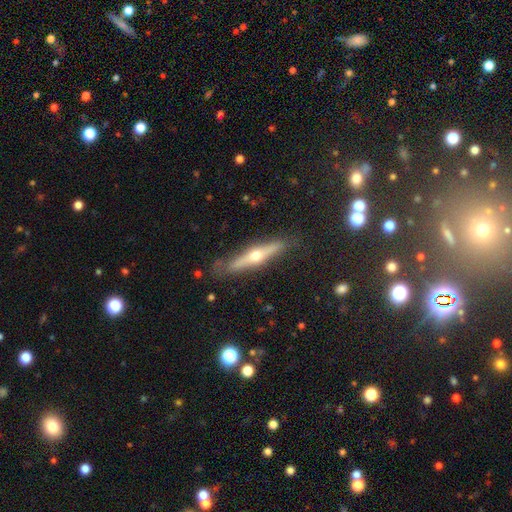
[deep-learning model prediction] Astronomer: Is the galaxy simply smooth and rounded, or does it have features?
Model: featured or disk — 69%.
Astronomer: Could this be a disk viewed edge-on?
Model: yes — 94%.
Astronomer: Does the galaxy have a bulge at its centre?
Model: rounded — 92%.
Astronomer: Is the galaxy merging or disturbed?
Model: none — 85%.